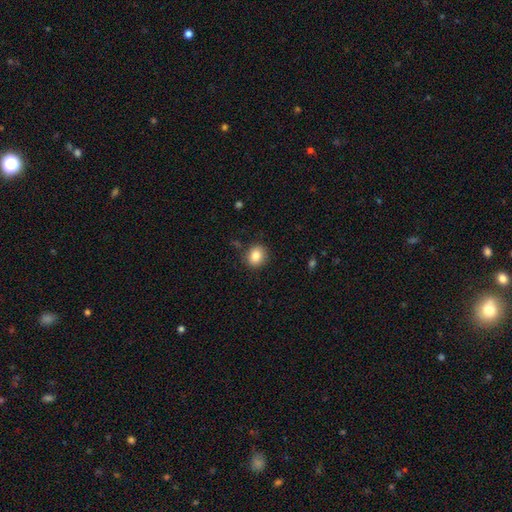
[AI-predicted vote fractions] smooth-or-featured: smooth: 84% | star or artifact: 10% | featured or disk: 6%
  how-rounded: round: 74% | in between: 25% | cigar-shaped: 1%
  merging: none: 87% | minor disturbance: 9% | major disturbance: 3% | merger: 2%